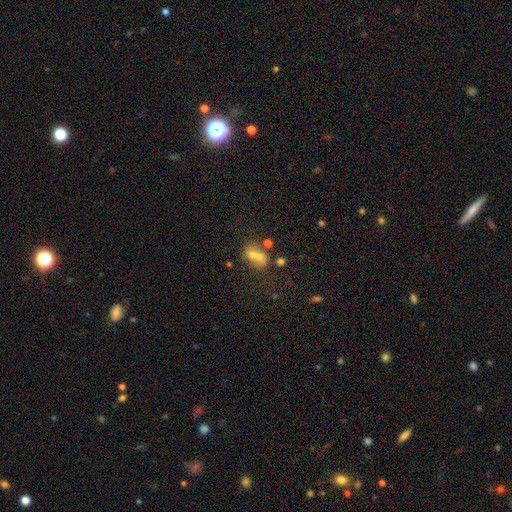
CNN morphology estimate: Overall: smooth (61%; featured or disk 24%). How rounded: in between (54%; round 44%). Merging: merger (52%; none 32%).